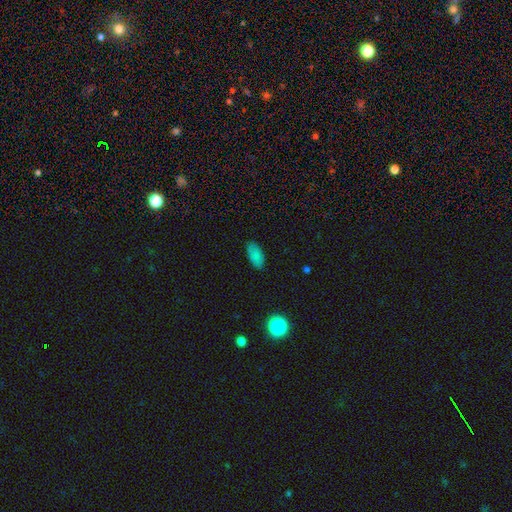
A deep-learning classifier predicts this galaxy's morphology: type=smooth (83%); roundness=in between (92%); merging=none (85%).